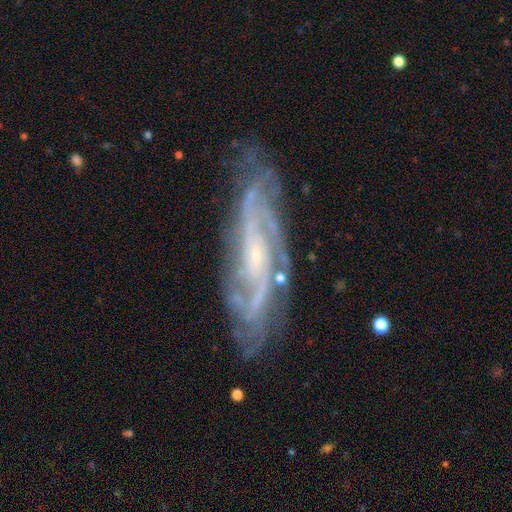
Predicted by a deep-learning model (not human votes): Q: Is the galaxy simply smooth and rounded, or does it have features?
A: featured or disk — 85%.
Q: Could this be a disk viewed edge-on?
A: no — 82%.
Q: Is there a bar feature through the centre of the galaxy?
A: no — 53%.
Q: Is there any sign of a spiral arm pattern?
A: yes — 95%.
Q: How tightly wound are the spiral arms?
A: tight — 46%.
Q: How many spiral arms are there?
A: can't tell — 33%.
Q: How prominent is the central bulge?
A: small — 72%.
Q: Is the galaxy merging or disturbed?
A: none — 76%.